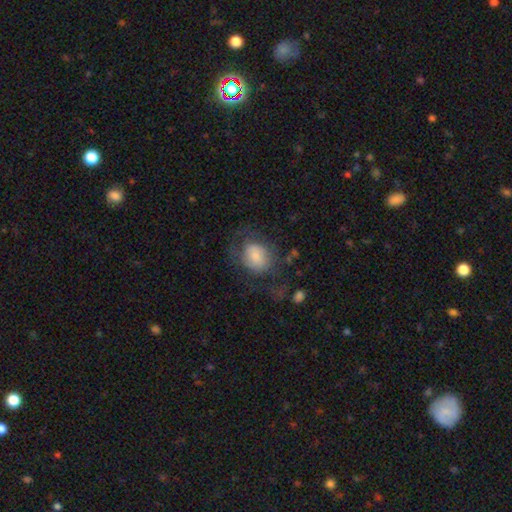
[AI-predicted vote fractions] smooth 68%, featured or disk 25%, star or artifact 8%. Down the decision tree: how rounded — in between (52%); merging — none (44%).